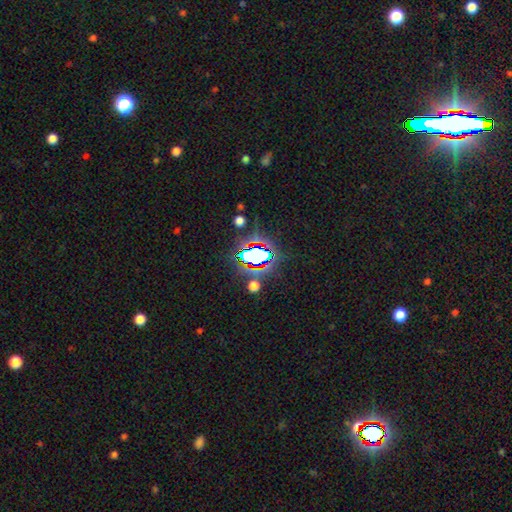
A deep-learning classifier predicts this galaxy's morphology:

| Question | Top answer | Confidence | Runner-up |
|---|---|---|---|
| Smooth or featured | star or artifact | 60% | smooth (25%) |